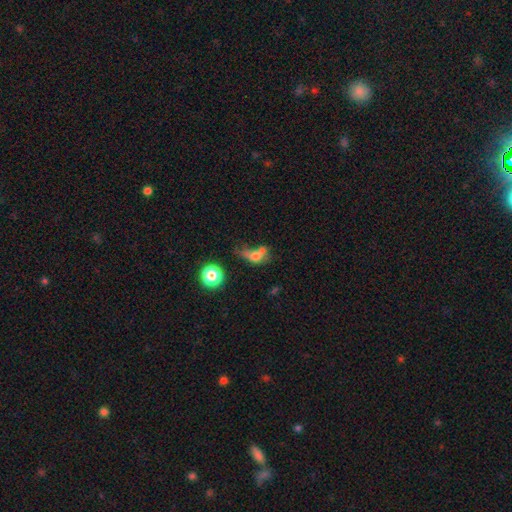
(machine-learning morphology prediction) type=smooth (62%); roundness=in between (53%); merging=merger (40%).